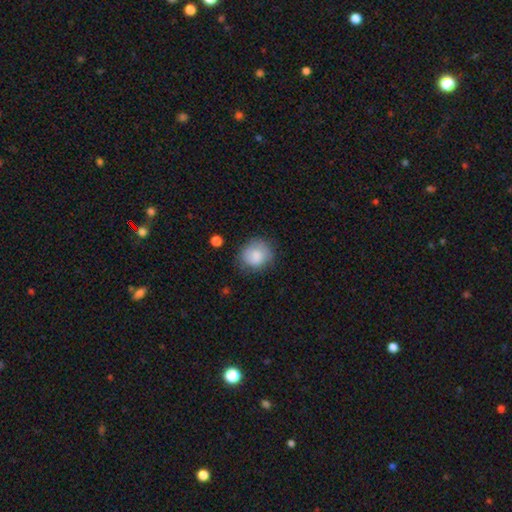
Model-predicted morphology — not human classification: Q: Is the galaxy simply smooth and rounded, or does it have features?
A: smooth — 80%.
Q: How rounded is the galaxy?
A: round — 78%.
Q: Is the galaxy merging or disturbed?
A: none — 69%.